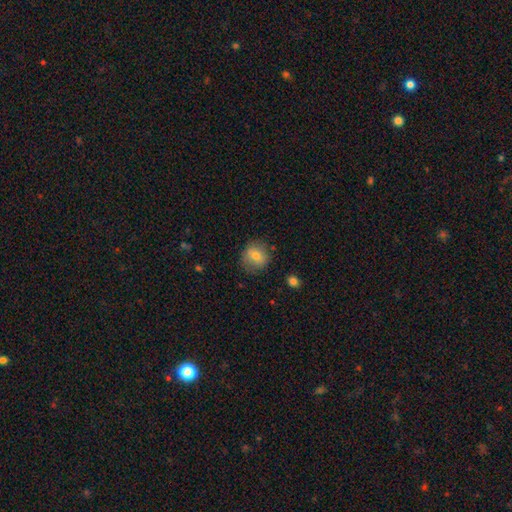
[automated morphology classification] smooth-or-featured: smooth: 74% | featured or disk: 17% | star or artifact: 9%
  how-rounded: round: 83% | in between: 16% | cigar-shaped: 1%
  merging: none: 79% | minor disturbance: 15% | major disturbance: 4% | merger: 2%